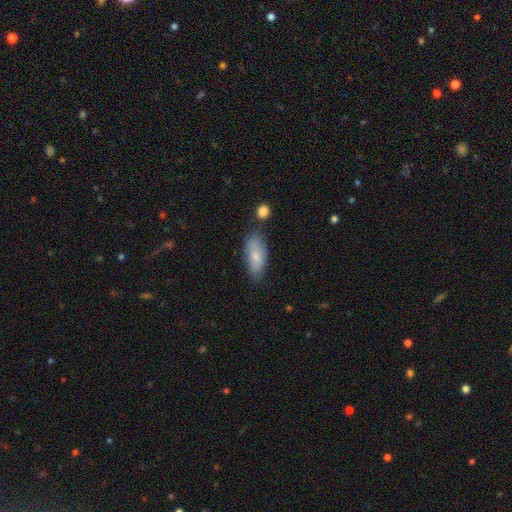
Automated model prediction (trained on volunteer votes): This is likely a smooth galaxy (76%). How rounded: clearly in between (81%). Merging: likely none (67%).